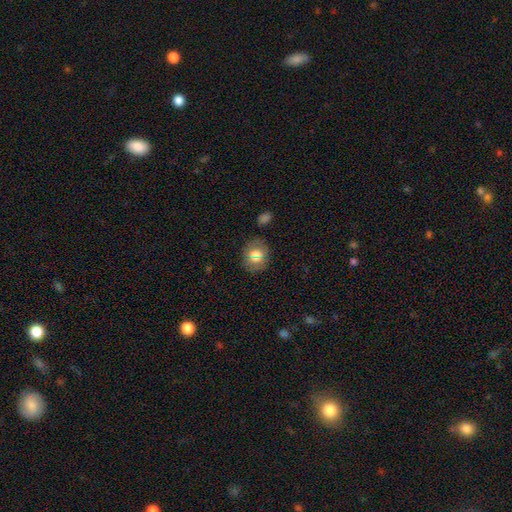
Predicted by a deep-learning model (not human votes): This is likely a smooth galaxy (71%). How rounded: likely round (66%). Merging: likely none (79%).